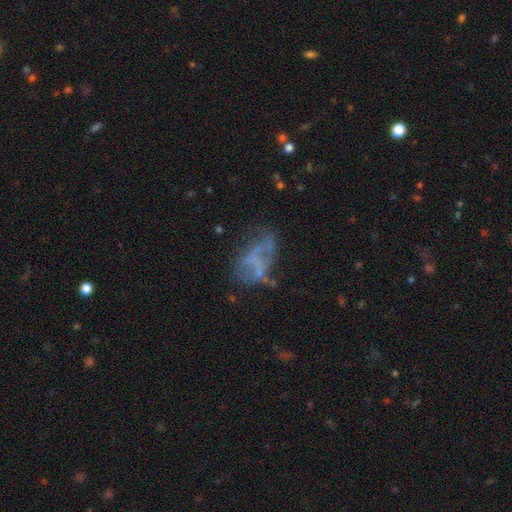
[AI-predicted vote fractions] A featured or disk galaxy (54%) with no bar (86%), no spiral arms (89%) and no central bulge (80%). Merging: none (39%).